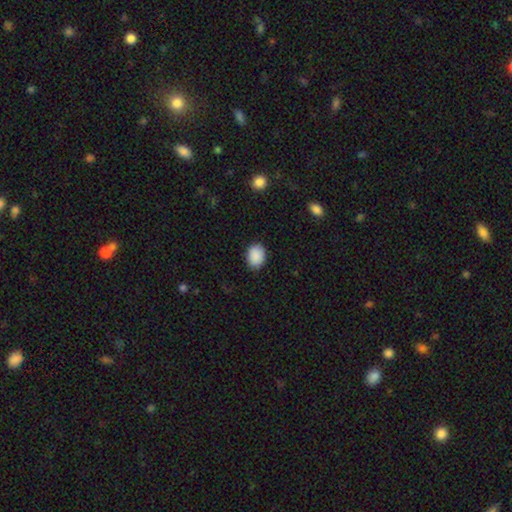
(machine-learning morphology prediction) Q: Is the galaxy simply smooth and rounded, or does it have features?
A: smooth — 90%.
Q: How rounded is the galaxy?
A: in between — 63%.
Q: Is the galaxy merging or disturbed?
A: none — 86%.